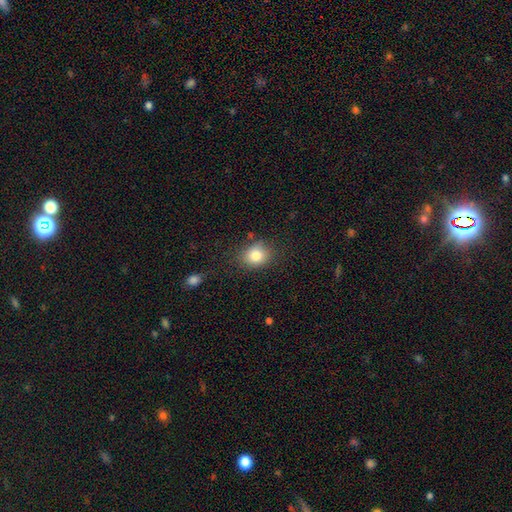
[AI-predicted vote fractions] Smooth or featured? smooth (82%)
How rounded? round (58%)
Merging? none (78%)